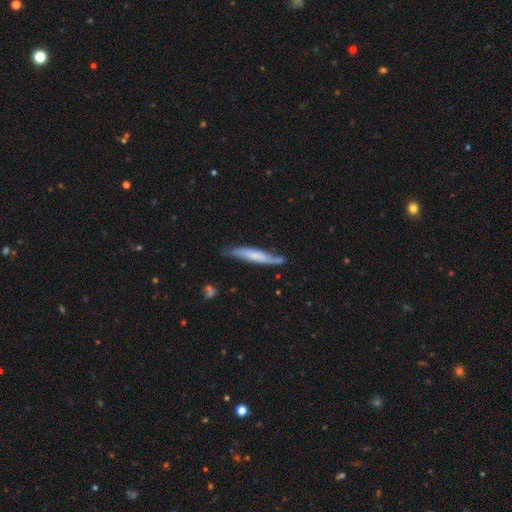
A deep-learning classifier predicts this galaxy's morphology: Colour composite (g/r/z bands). It shows a smooth galaxy with no disk features (51%) that is cigar-shaped (91%). Merging: none (61%).